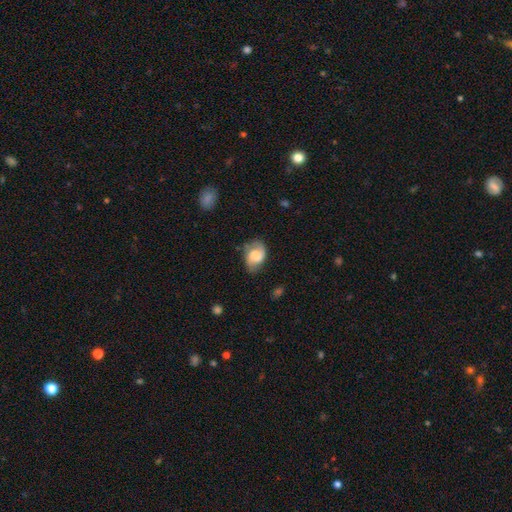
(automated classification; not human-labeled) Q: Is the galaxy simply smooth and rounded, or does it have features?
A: featured or disk — 50%.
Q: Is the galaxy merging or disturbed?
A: none — 63%.